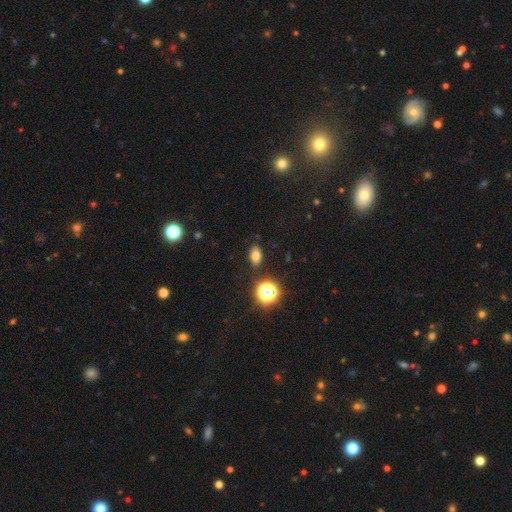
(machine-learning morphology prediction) The model was most divided on "smooth or featured": smooth: 75%, star or artifact: 18%, featured or disk: 7%. More confident: merging — none (86%); how rounded — in between (82%).